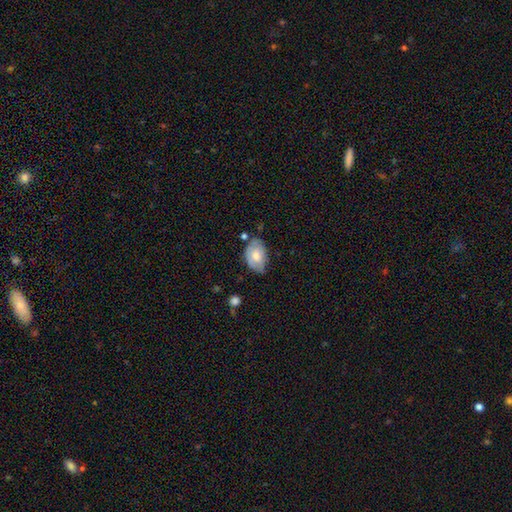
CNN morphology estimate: Smooth or featured: smooth — 60% (featured or disk — 33%)
How rounded: in between — 85% (round — 14%)
Merging: none — 52% (minor disturbance — 34%)